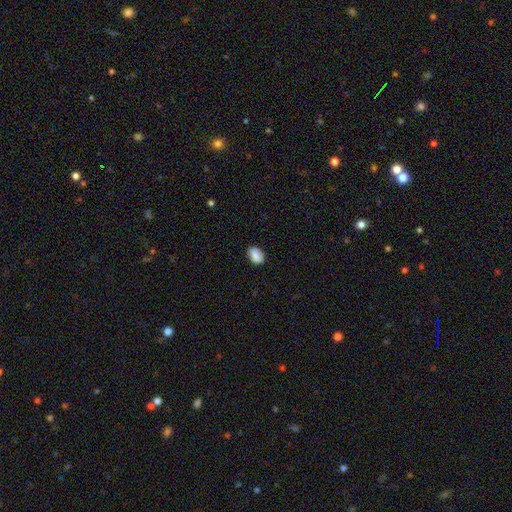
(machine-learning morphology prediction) type=smooth (85%); roundness=in between (84%); merging=none (82%).